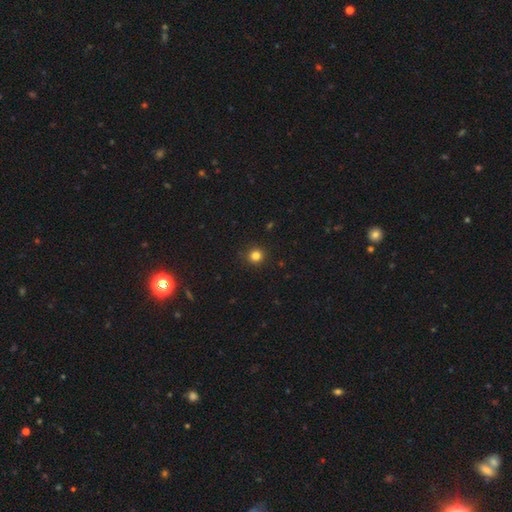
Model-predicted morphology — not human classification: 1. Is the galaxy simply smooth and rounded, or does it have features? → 83% smooth, 13% star or artifact, 4% featured or disk.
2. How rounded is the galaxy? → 93% round, 6% in between, 1% cigar-shaped.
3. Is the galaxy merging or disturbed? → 91% none, 6% minor disturbance, 2% major disturbance, 1% merger.